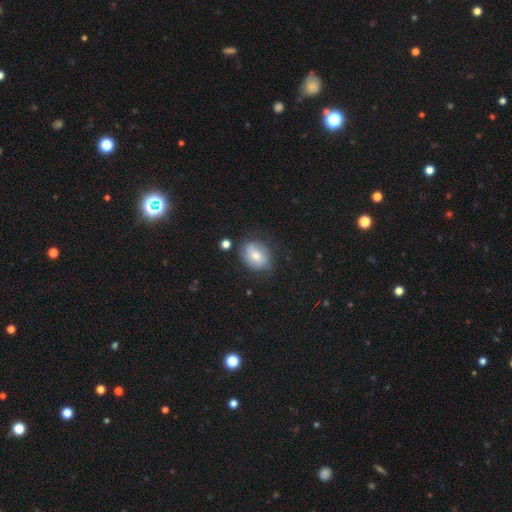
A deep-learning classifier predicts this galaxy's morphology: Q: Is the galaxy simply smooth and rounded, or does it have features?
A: smooth — 66%.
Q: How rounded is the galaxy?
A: in between — 61%.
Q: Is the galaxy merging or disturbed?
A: none — 70%.